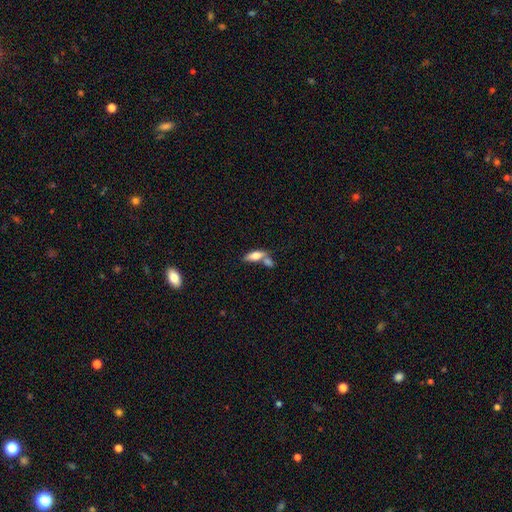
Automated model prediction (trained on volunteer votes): A smooth galaxy with no disk features (66%) that is in between round and cigar-shaped (66%). Merging: none (42%).